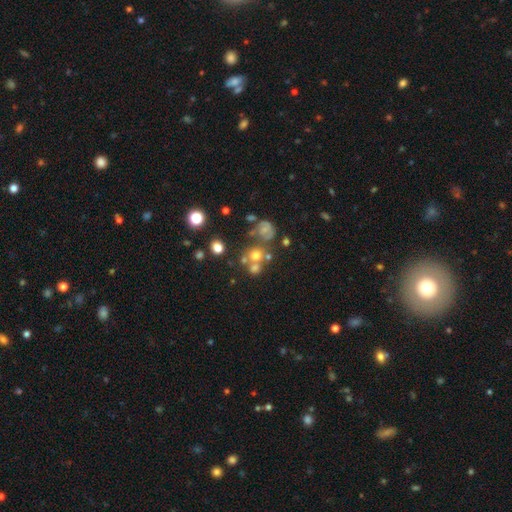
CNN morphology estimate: Smooth or featured? smooth (59%)
How rounded? round (83%)
Merging? none (48%)